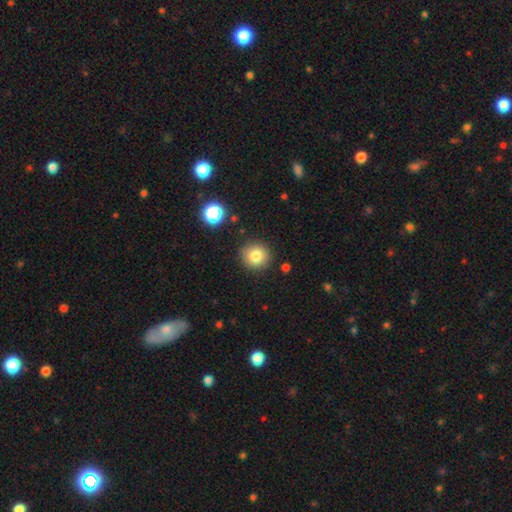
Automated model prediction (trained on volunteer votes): smooth_or_featured: smooth (p=0.81) [alt: star or artifact p=0.11]
how_rounded: round (p=0.92) [alt: in between p=0.07]
merging: none (p=0.88) [alt: minor disturbance p=0.08]